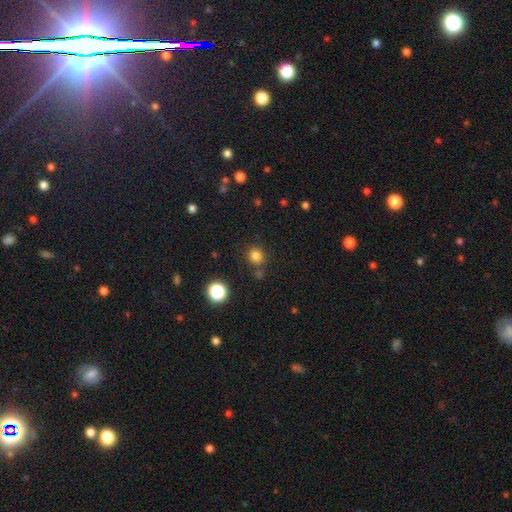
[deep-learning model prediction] Smooth or featured: smooth — 80% (star or artifact — 15%)
How rounded: round — 83% (in between — 16%)
Merging: none — 79% (minor disturbance — 10%)